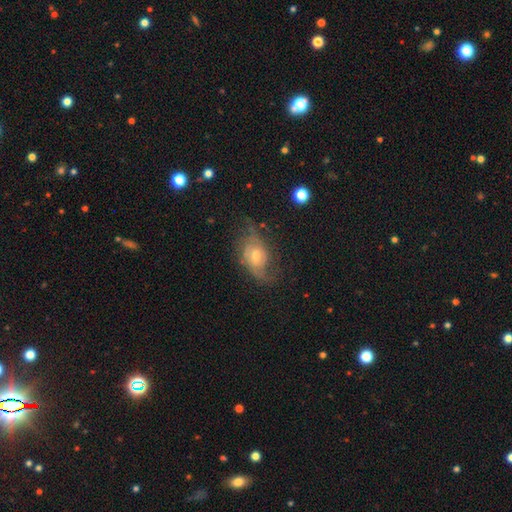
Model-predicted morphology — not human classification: Smooth or featured? featured or disk (67%)
Edge-on disk? no (94%)
Bar? no (63%)
Spiral arms? yes (84%)
Spiral winding? medium (41%)
Spiral arm count? 2 (58%)
Bulge size? moderate (60%)
Merging? none (56%)